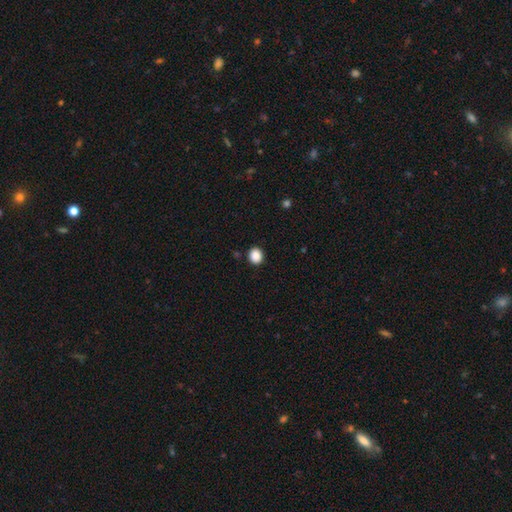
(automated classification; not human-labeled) This appears to be a smooth galaxy with no disk features (88%) that is round (81%). Merging: none (91%).